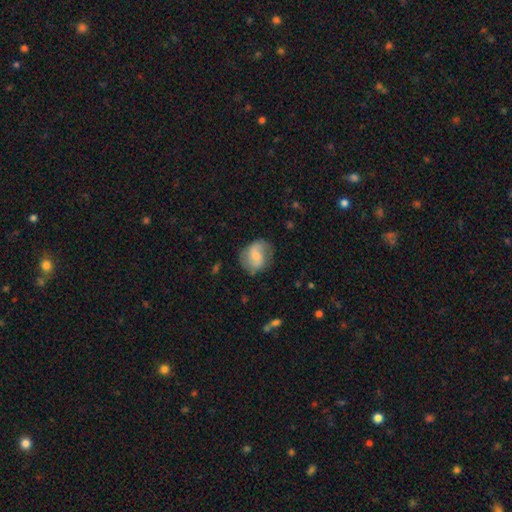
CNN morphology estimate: Q: Smooth or featured?
A: featured or disk (54%); runner-up: smooth (39%)
Q: Edge-on disk?
A: no (97%); runner-up: yes (3%)
Q: Bar?
A: weak (47%); runner-up: no (34%)
Q: Spiral arms?
A: yes (82%); runner-up: no (18%)
Q: Bulge size?
A: moderate (47%); runner-up: small (46%)
Q: Merging?
A: none (72%); runner-up: minor disturbance (20%)